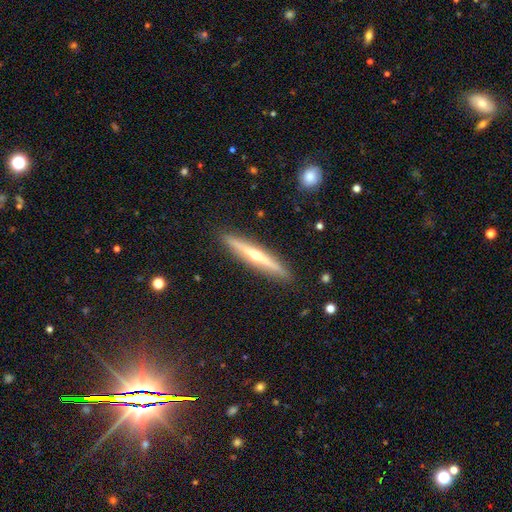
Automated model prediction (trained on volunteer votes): A featured or disk galaxy (71%) viewed edge-on (97%) with a rounded central bulge (87%).

Vote fractions:
- Smooth or featured? featured or disk: 71% / smooth: 23% / star or artifact: 6%
- Edge-on disk? yes: 97% / no: 3%
- Edge-on bulge? rounded: 87% / none: 10% / boxy: 2%
- Merging? none: 91% / minor disturbance: 7% / major disturbance: 1% / merger: 1%